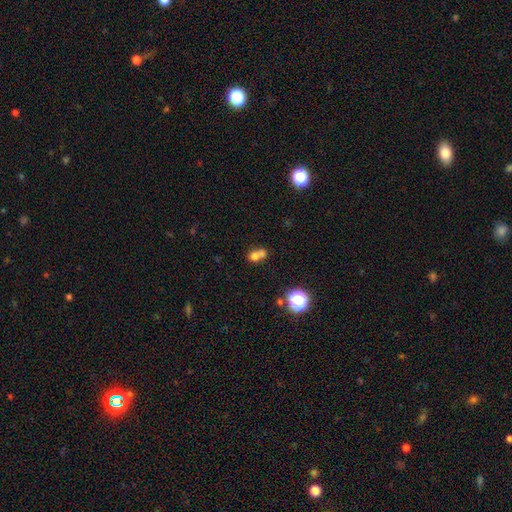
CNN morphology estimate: This appears to be a smooth galaxy with no disk features (69%) that is round (68%). Merging: merger (60%).